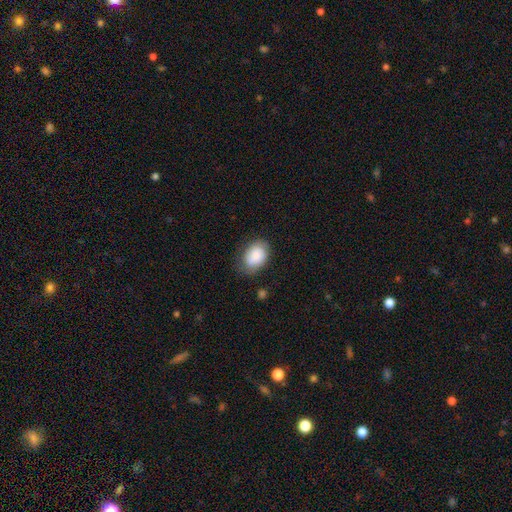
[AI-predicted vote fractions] A smooth galaxy with no disk features (80%) that is in between round and cigar-shaped (82%).

Vote fractions:
- Smooth or featured? smooth: 80% / featured or disk: 13% / star or artifact: 7%
- How rounded? in between: 82% / round: 17% / cigar-shaped: 1%
- Merging? none: 71% / minor disturbance: 22% / major disturbance: 6% / merger: 2%